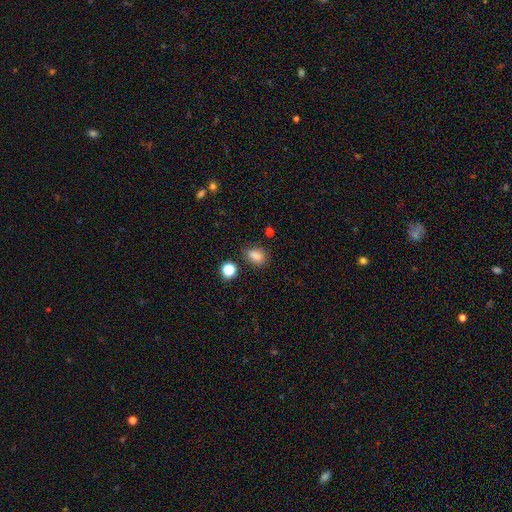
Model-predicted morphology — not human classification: smooth 82%, star or artifact 13%, featured or disk 5%. Down the decision tree: how rounded — in between (74%); merging — none (73%).